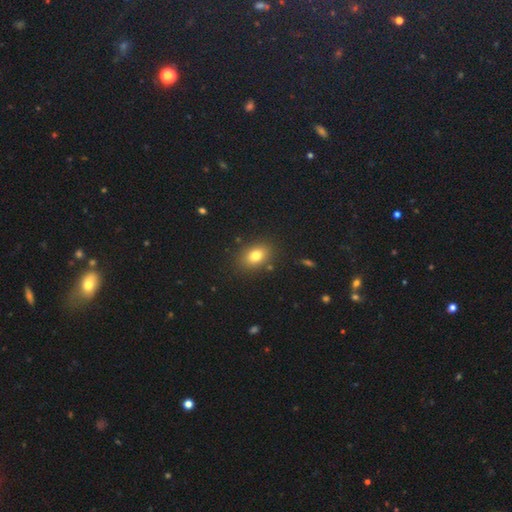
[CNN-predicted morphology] Q: Smooth or featured?
A: smooth (80%); runner-up: star or artifact (11%)
Q: How rounded?
A: in between (75%); runner-up: round (24%)
Q: Merging?
A: none (85%); runner-up: minor disturbance (10%)